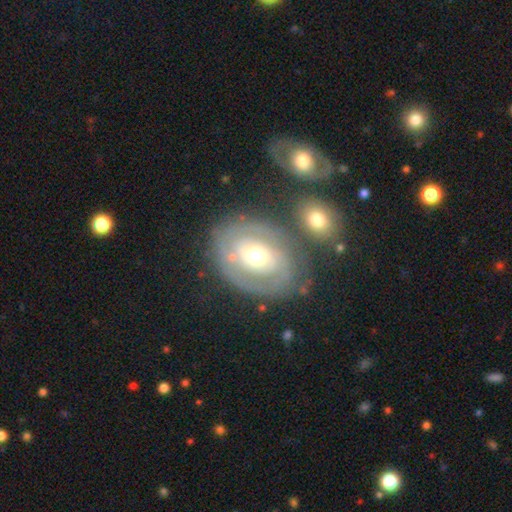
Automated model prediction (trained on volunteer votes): Smooth or featured?
  - featured or disk: 75% *
  - smooth: 19%
  - star or artifact: 6%
Edge-on disk?
  - no: 96% *
  - yes: 4%
Bar?
  - no: 62% *
  - weak: 28%
  - strong: 10%
Spiral arms?
  - yes: 71% *
  - no: 29%
Spiral winding?
  - tight: 70% *
  - medium: 22%
  - loose: 8%
Spiral arm count?
  - can't tell: 39% *
  - 2: 38%
  - 1: 10%
  - 3: 8%
  - 4: 3%
  - more than 4: 3%
Bulge size?
  - moderate: 66% *
  - small: 25%
  - large: 7%
  - dominant: 1%
  - none: 1%
Merging?
  - none: 64% *
  - minor disturbance: 17%
  - merger: 11%
  - major disturbance: 8%